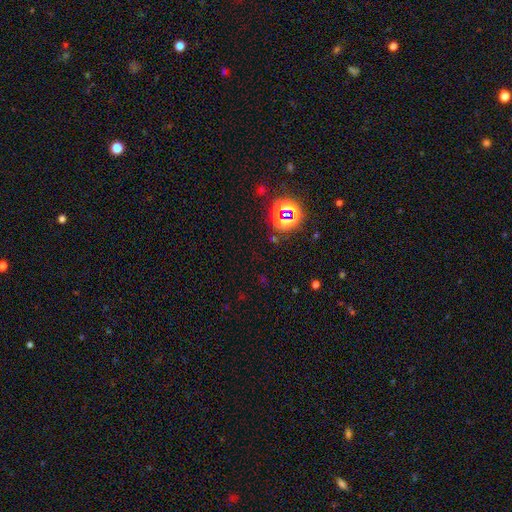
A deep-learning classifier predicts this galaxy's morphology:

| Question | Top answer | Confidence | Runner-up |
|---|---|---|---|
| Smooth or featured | star or artifact | 69% | smooth (24%) |